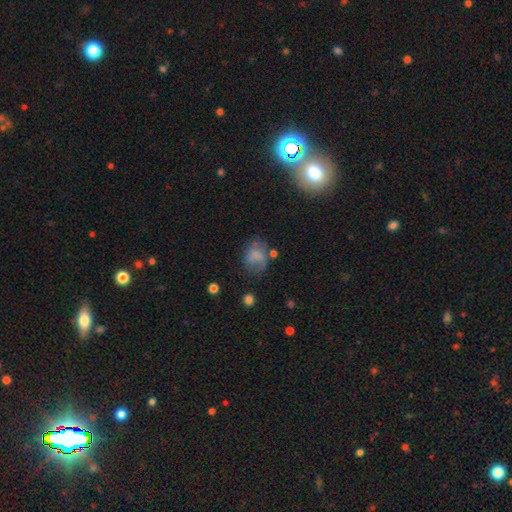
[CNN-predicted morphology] type=smooth (70%); roundness=in between (56%); merging=none (44%).